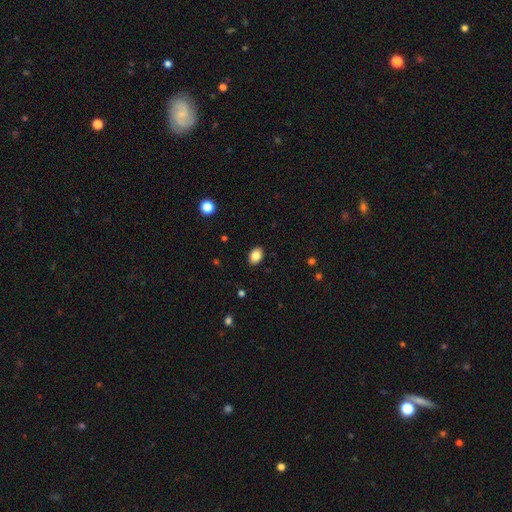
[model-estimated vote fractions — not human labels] A smooth galaxy with no disk features (85%) that is in between round and cigar-shaped (81%).

Vote fractions:
- Smooth or featured? smooth: 85% / star or artifact: 8% / featured or disk: 7%
- How rounded? in between: 81% / round: 18% / cigar-shaped: 1%
- Merging? none: 89% / minor disturbance: 8% / major disturbance: 2% / merger: 1%